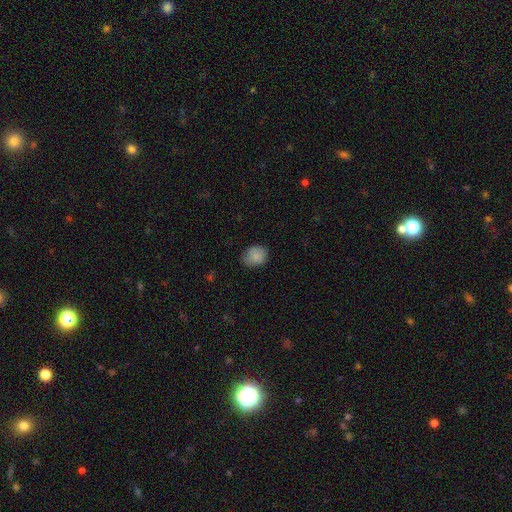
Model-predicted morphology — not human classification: Overall: smooth (85%). How rounded: round (52%; in between 47%). Merging: none (69%).